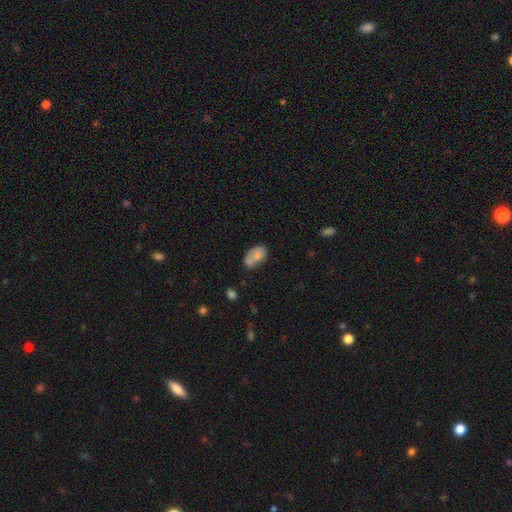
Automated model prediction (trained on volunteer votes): smooth-or-featured: smooth: 67% | featured or disk: 25% | star or artifact: 8%
  how-rounded: in between: 89% | round: 9% | cigar-shaped: 2%
  merging: none: 37% | minor disturbance: 26% | merger: 23% | major disturbance: 13%